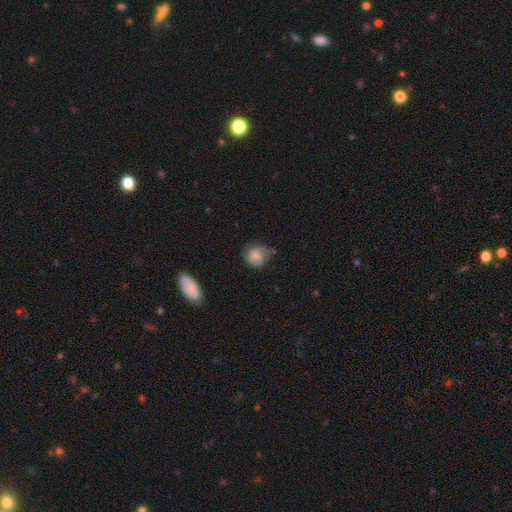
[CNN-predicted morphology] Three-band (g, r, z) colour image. It shows a smooth galaxy with no disk features (62%) that is round (70%). Merging: none (47%).